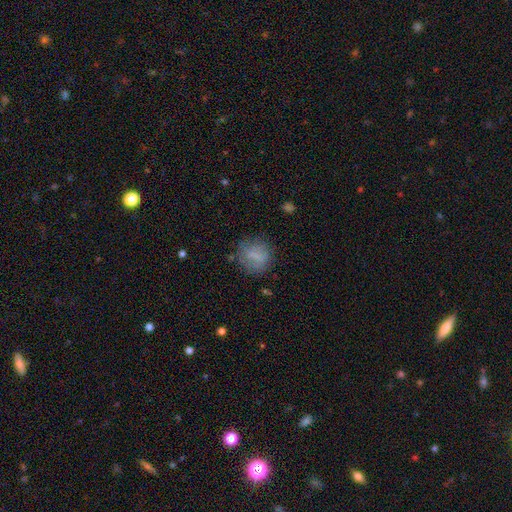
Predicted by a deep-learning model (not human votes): smooth 70%, featured or disk 20%, star or artifact 10%. Down the decision tree: how rounded — round (70%); merging — none (72%).